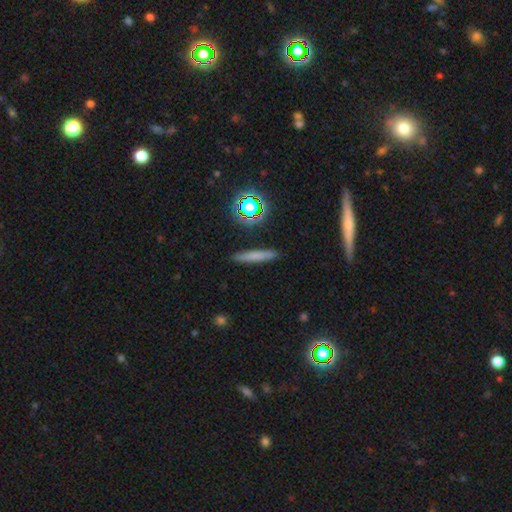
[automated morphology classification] A smooth galaxy with no disk features (67%) that is cigar-shaped (91%).

Vote fractions:
- Smooth or featured? smooth: 67% / featured or disk: 21% / star or artifact: 12%
- How rounded? cigar-shaped: 91% / in between: 5% / round: 3%
- Merging? none: 89% / minor disturbance: 8% / merger: 2% / major disturbance: 2%